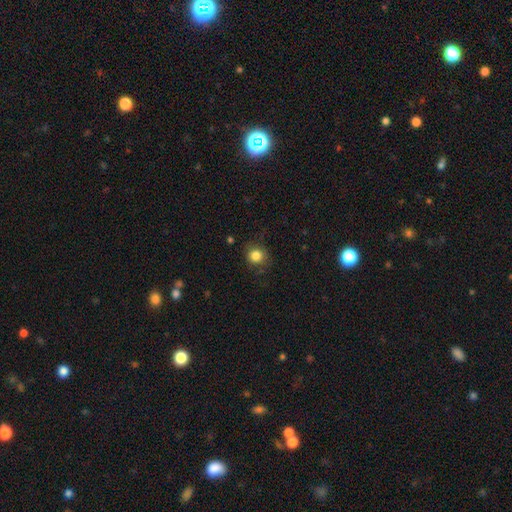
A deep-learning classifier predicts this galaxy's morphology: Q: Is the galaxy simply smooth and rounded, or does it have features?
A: smooth — 83%.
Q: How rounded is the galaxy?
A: round — 86%.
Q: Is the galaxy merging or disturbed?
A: none — 80%.